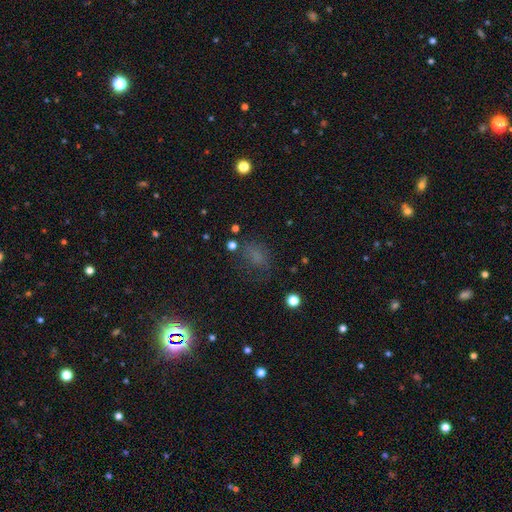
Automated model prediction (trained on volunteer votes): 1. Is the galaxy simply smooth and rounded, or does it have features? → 58% smooth, 29% star or artifact, 13% featured or disk.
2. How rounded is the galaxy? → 67% in between, 30% round, 3% cigar-shaped.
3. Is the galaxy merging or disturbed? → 60% none, 21% minor disturbance, 15% major disturbance, 3% merger.